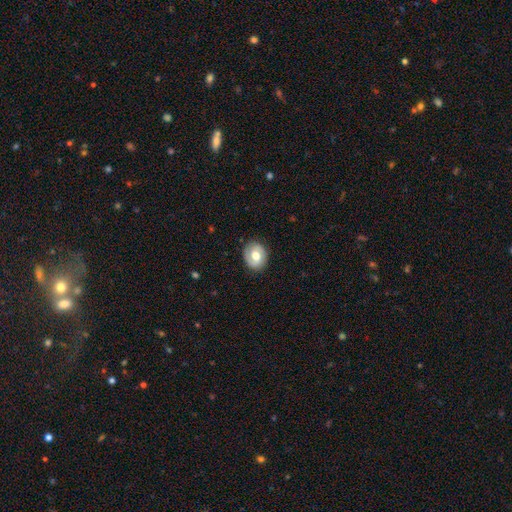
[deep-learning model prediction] smooth-or-featured: featured or disk: 48% | smooth: 45% | star or artifact: 7%
  merging: none: 83% | minor disturbance: 13% | major disturbance: 4% | merger: 1%